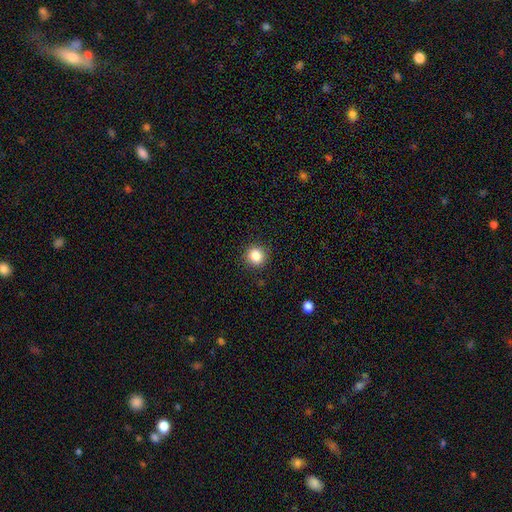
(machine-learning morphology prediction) This is clearly a smooth galaxy (85%). How rounded: clearly round (89%). Merging: clearly none (89%).